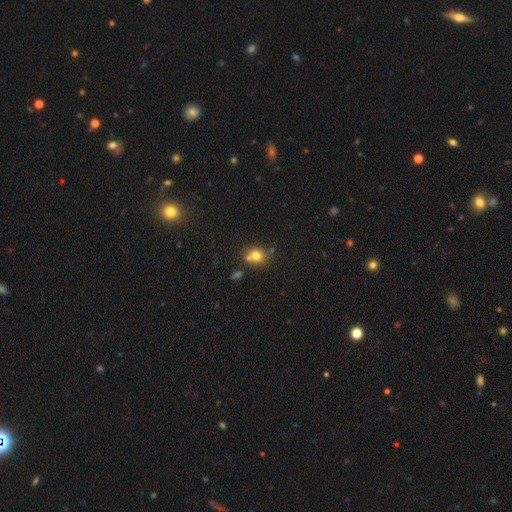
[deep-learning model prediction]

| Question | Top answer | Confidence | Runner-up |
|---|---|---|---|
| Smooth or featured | smooth | 76% | star or artifact (13%) |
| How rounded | round | 80% | in between (19%) |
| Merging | none | 59% | merger (27%) |